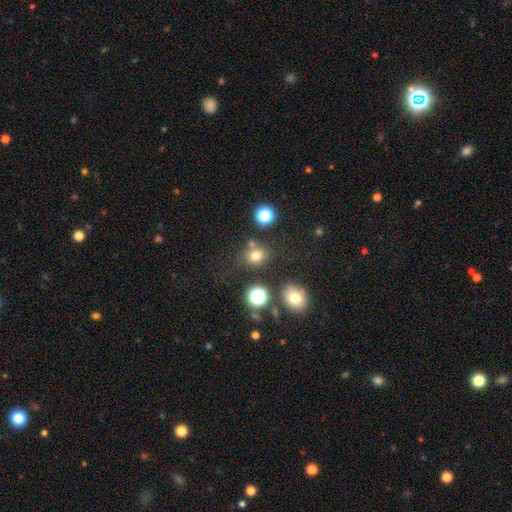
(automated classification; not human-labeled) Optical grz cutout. It shows a smooth galaxy with no disk features (73%) that is round (71%). Merging: none (69%).